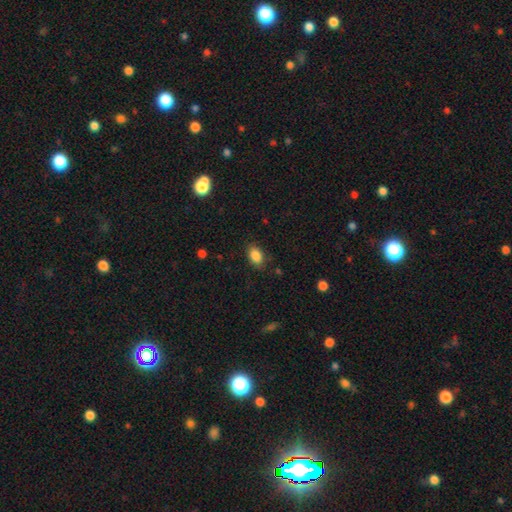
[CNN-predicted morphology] Overall: smooth (86%). How rounded: in between (87%). Merging: none (84%).